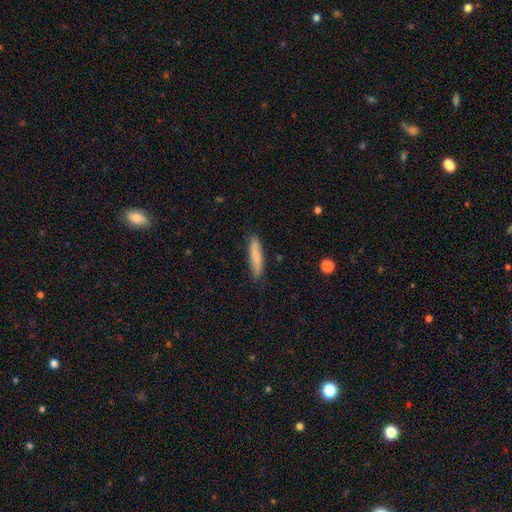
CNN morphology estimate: type=smooth (79%); roundness=cigar-shaped (86%); merging=none (84%).